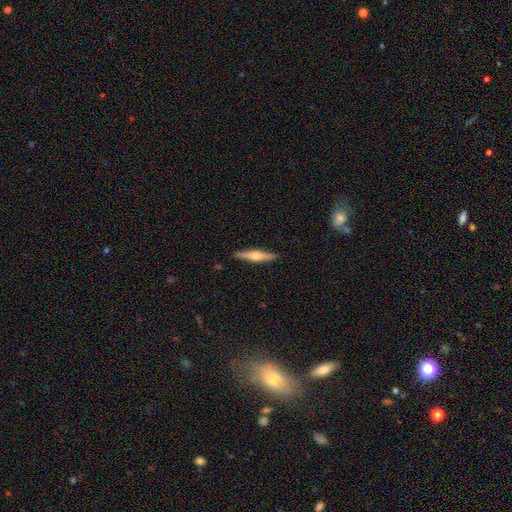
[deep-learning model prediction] Smooth or featured? featured or disk (62%)
Edge-on disk? yes (97%)
Edge-on bulge? rounded (88%)
Merging? none (90%)